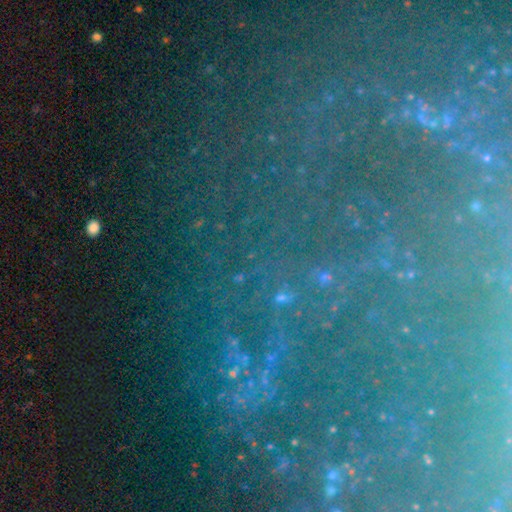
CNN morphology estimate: The model was most divided on "smooth or featured": star or artifact: 77%, featured or disk: 12%, smooth: 10%.